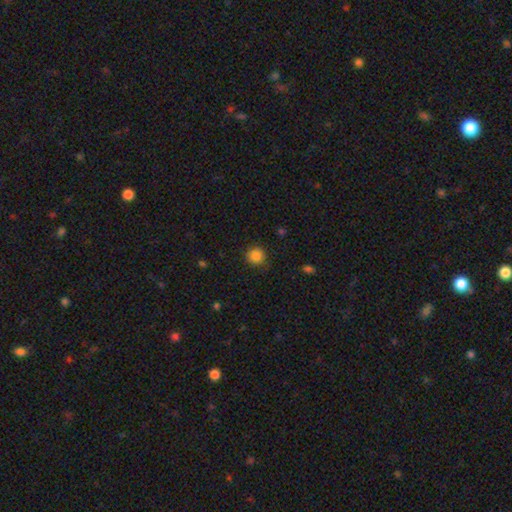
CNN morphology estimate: smooth_or_featured: smooth (p=0.85) [alt: star or artifact p=0.11]
how_rounded: round (p=0.93) [alt: in between p=0.06]
merging: none (p=0.85) [alt: minor disturbance p=0.11]